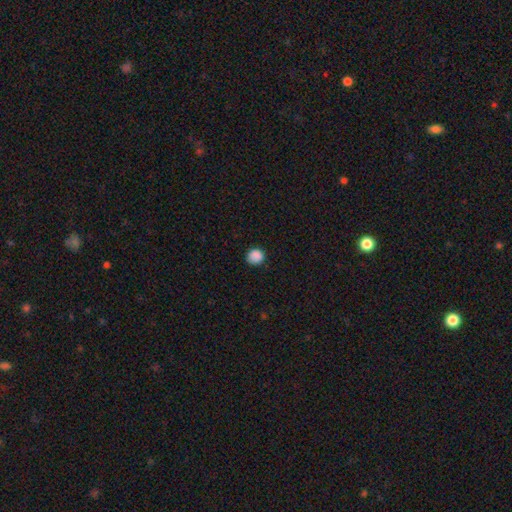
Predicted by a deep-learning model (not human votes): Smooth or featured? smooth (87%)
How rounded? round (88%)
Merging? none (85%)